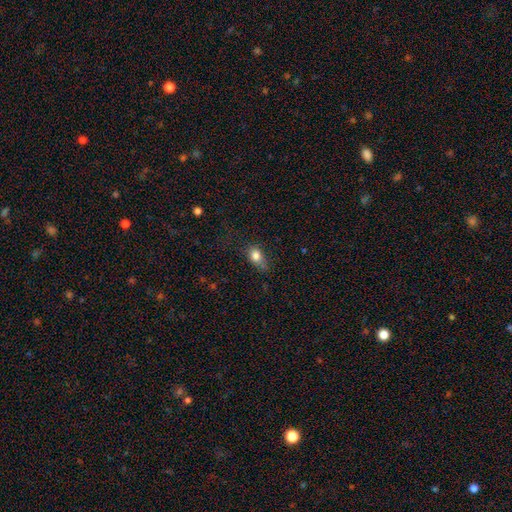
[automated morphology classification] The model was most divided on "merging": none: 56%, minor disturbance: 31%, major disturbance: 11%, merger: 3%. More confident: smooth or featured — smooth (81%); how rounded — in between (69%).